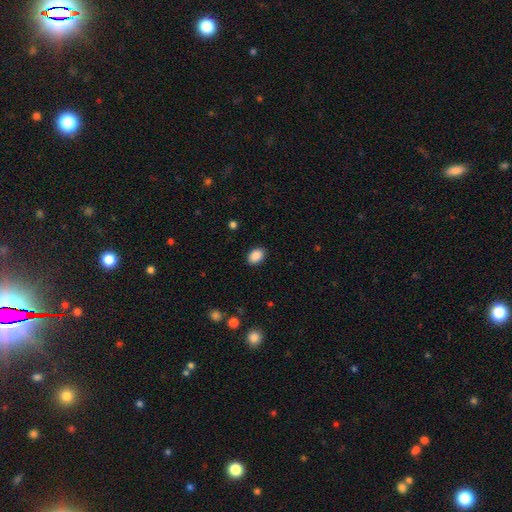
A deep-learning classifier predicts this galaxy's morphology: smooth-or-featured: smooth: 89% | star or artifact: 8% | featured or disk: 3%
  how-rounded: in between: 79% | round: 19% | cigar-shaped: 1%
  merging: none: 89% | minor disturbance: 8% | major disturbance: 2% | merger: 1%